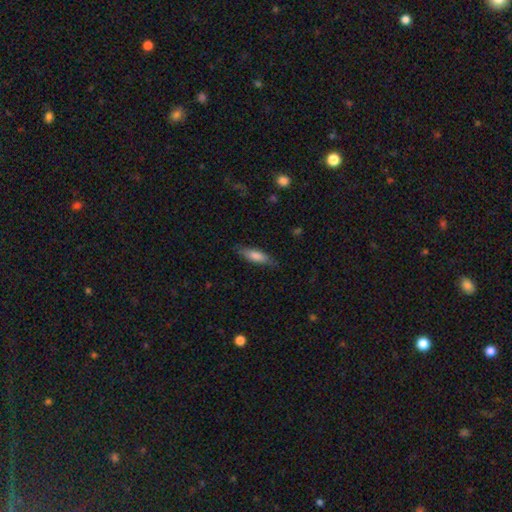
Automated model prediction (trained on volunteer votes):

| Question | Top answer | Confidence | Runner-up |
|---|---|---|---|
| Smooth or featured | smooth | 70% | featured or disk (23%) |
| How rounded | cigar-shaped | 63% | in between (35%) |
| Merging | none | 83% | minor disturbance (13%) |